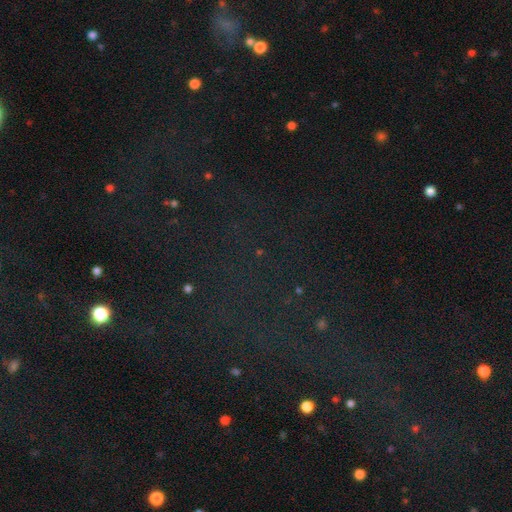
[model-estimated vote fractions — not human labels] A star or artifact, not a galaxy (72%).